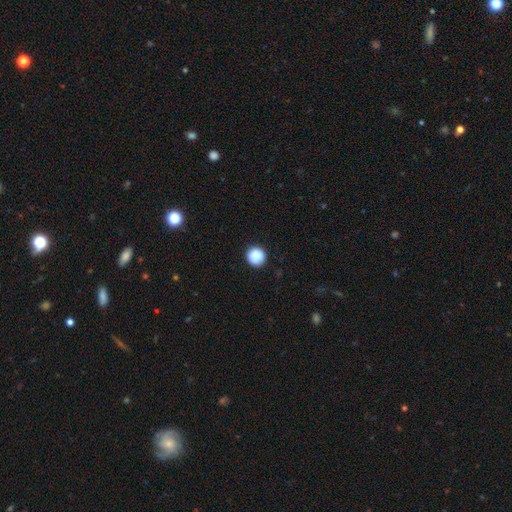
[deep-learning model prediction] smooth_or_featured: smooth (p=0.87) [alt: star or artifact p=0.09]
how_rounded: round (p=0.96) [alt: in between p=0.03]
merging: none (p=0.88) [alt: minor disturbance p=0.09]